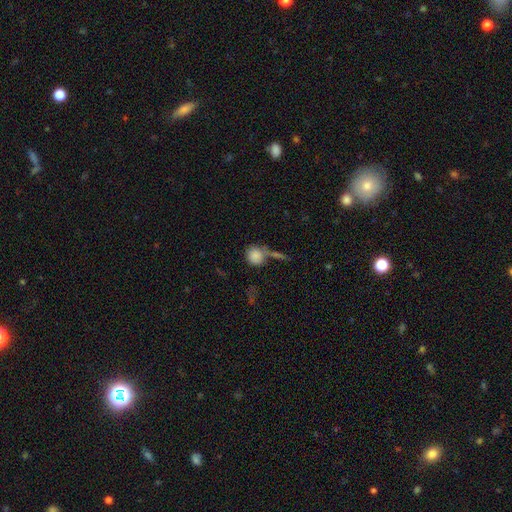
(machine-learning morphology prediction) Smooth or featured?
  - smooth: 84% *
  - star or artifact: 9%
  - featured or disk: 8%
How rounded?
  - round: 85% *
  - in between: 13%
  - cigar-shaped: 2%
Merging?
  - none: 54% *
  - merger: 24%
  - minor disturbance: 14%
  - major disturbance: 8%